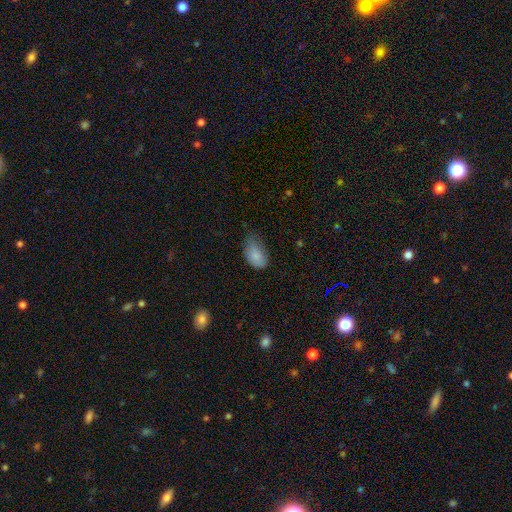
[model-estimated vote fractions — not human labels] This appears to be a smooth galaxy with no disk features (84%) that is in between round and cigar-shaped (92%). Merging: minor disturbance (45%).